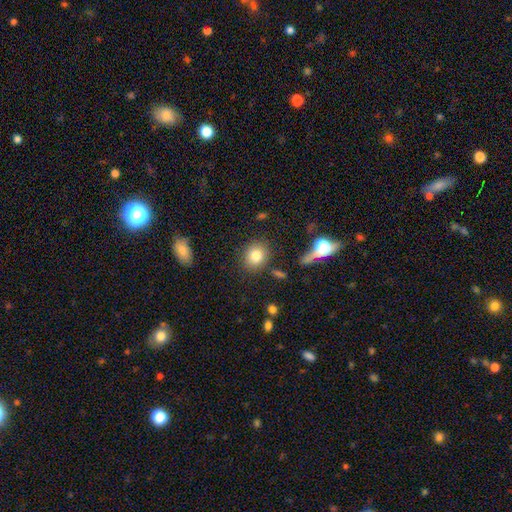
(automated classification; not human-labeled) Morphology: type=smooth (82%); roundness=round (72%); merging=none (84%).